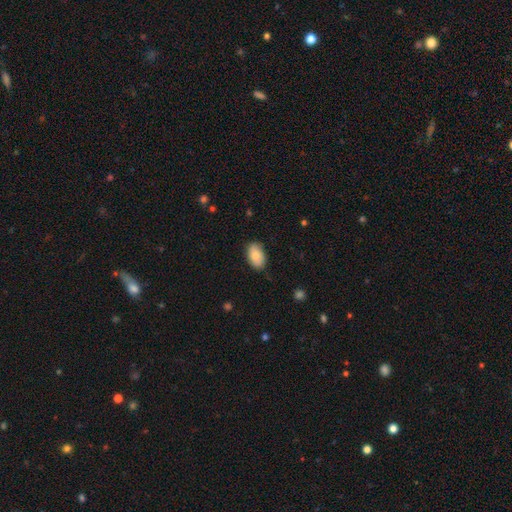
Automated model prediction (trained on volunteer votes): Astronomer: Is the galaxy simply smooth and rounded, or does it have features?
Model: smooth — 84%.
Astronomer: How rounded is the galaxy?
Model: in between — 93%.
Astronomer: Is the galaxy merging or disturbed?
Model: none — 83%.